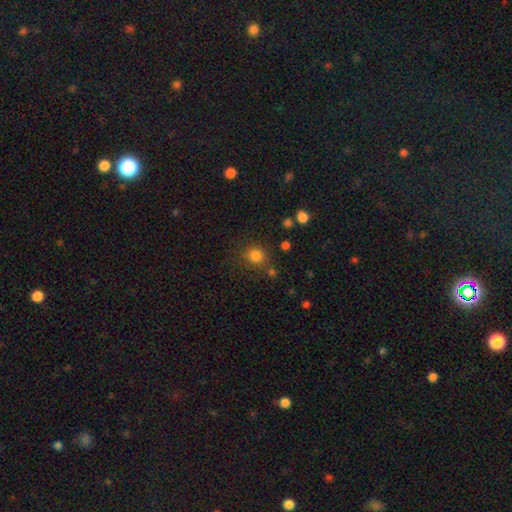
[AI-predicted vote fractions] This appears to be a smooth galaxy with no disk features (82%) that is round (82%). Merging: none (78%).